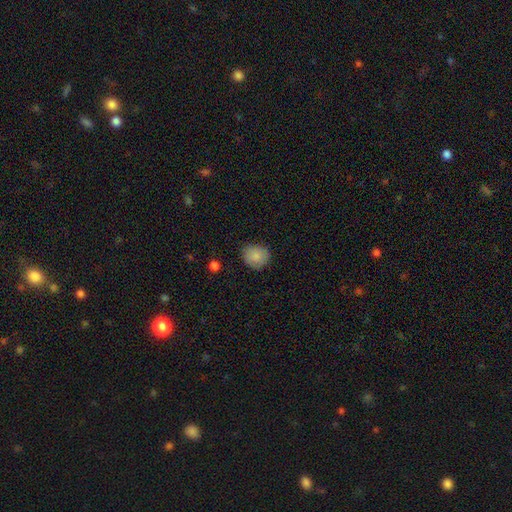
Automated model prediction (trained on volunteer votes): This appears to be a smooth galaxy with no disk features (86%) that is round (77%). Merging: none (81%).